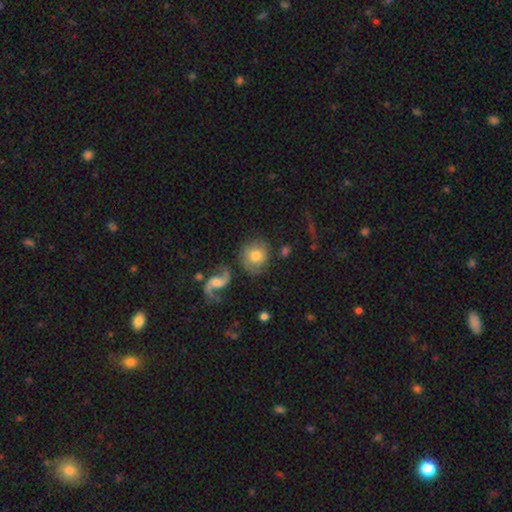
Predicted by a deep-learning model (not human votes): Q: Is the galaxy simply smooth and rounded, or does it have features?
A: smooth — 55%.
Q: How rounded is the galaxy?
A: round — 81%.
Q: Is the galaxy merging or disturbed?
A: none — 70%.